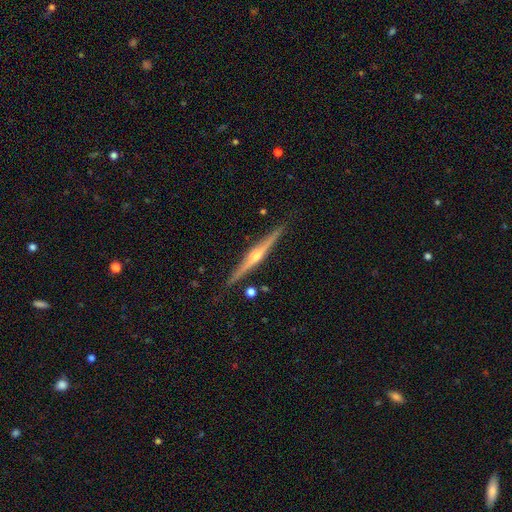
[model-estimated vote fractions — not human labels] featured or disk 84%, smooth 11%, star or artifact 5%. Down the decision tree: edge-on disk — yes (98%); edge-on bulge — rounded (91%); merging — none (89%).